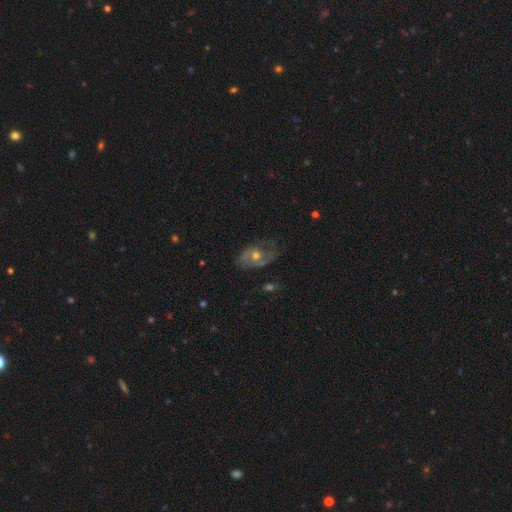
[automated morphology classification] Q: Smooth or featured?
A: featured or disk (71%); runner-up: smooth (19%)
Q: Edge-on disk?
A: no (95%); runner-up: yes (5%)
Q: Bar?
A: no (72%); runner-up: weak (24%)
Q: Spiral arms?
A: yes (83%); runner-up: no (17%)
Q: Spiral winding?
A: medium (46%); runner-up: loose (27%)
Q: Spiral arm count?
A: 2 (68%); runner-up: can't tell (16%)
Q: Bulge size?
A: moderate (64%); runner-up: small (29%)
Q: Merging?
A: none (63%); runner-up: minor disturbance (22%)